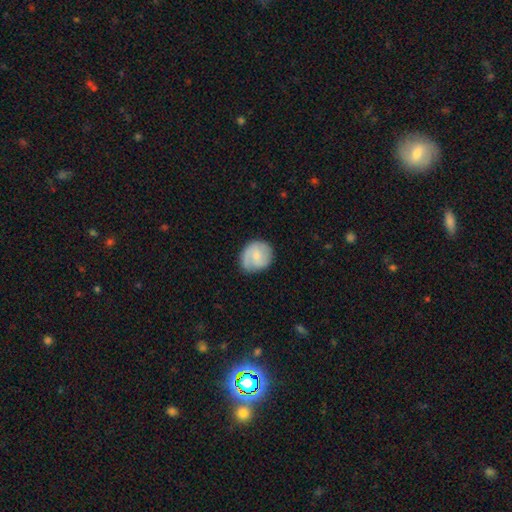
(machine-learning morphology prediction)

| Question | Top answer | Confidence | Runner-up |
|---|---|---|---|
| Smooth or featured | smooth | 50% | featured or disk (44%) |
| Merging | none | 75% | minor disturbance (18%) |